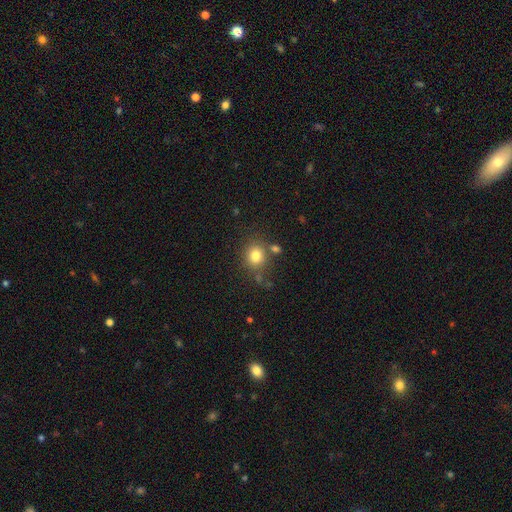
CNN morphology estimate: smooth_or_featured: smooth (p=0.80) [alt: star or artifact p=0.12]
how_rounded: round (p=0.81) [alt: in between p=0.18]
merging: none (p=0.72) [alt: minor disturbance p=0.12]